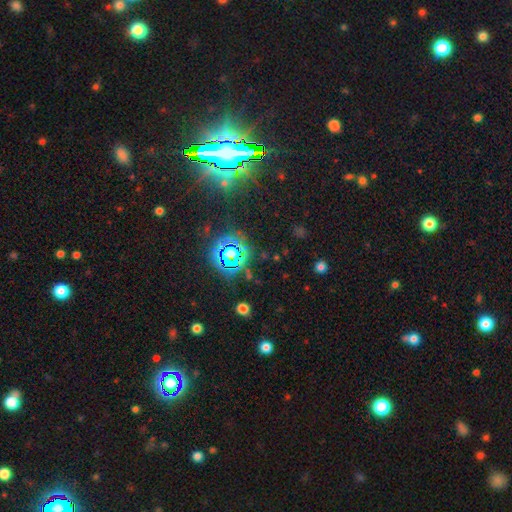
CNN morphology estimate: type=star or artifact (82%).